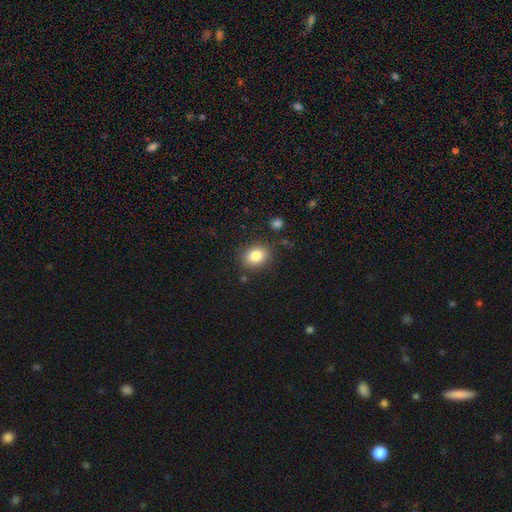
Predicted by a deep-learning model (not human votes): Morphology: type=smooth (85%); roundness=in between (60%); merging=none (84%).